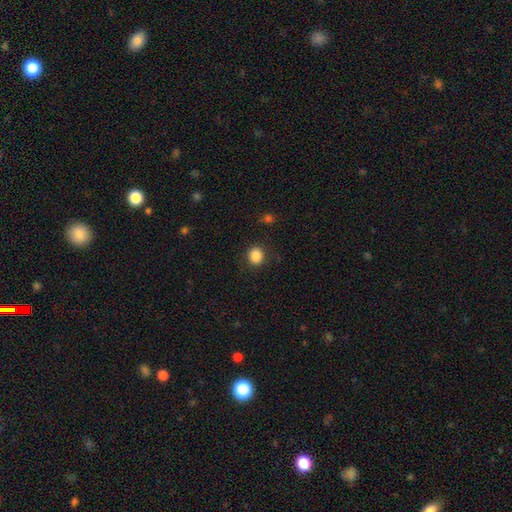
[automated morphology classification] The model was most divided on "how rounded": round: 84%, in between: 15%, cigar-shaped: 1%. More confident: merging — none (89%); smooth or featured — smooth (86%).